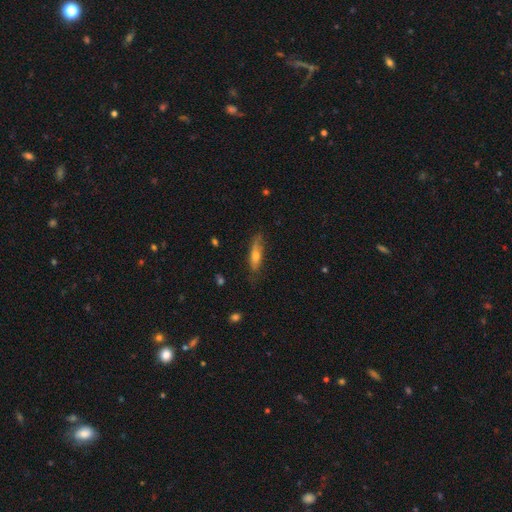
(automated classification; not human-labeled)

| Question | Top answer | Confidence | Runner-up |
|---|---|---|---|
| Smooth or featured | smooth | 56% | featured or disk (37%) |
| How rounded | cigar-shaped | 70% | in between (28%) |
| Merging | none | 70% | minor disturbance (22%) |